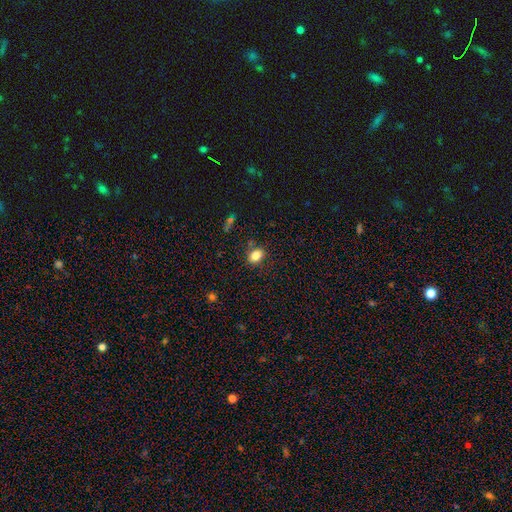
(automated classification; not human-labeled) A smooth galaxy with no disk features (83%) that is in between round and cigar-shaped (68%).

Vote fractions:
- Smooth or featured? smooth: 83% / star or artifact: 10% / featured or disk: 7%
- How rounded? in between: 68% / round: 31% / cigar-shaped: 1%
- Merging? none: 82% / minor disturbance: 12% / merger: 4% / major disturbance: 3%